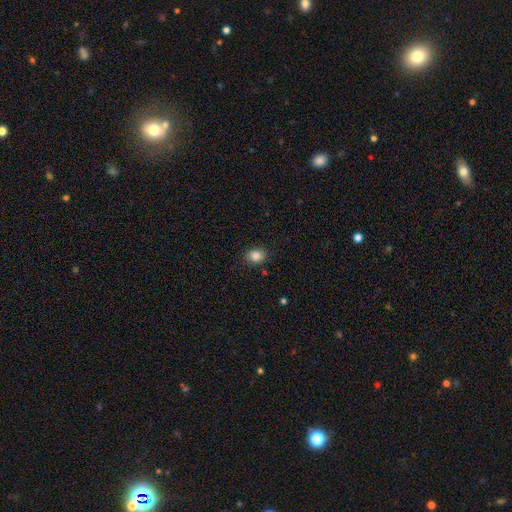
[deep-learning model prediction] Q: Smooth or featured?
A: smooth (85%); runner-up: star or artifact (9%)
Q: How rounded?
A: in between (54%); runner-up: round (45%)
Q: Merging?
A: none (83%); runner-up: minor disturbance (12%)